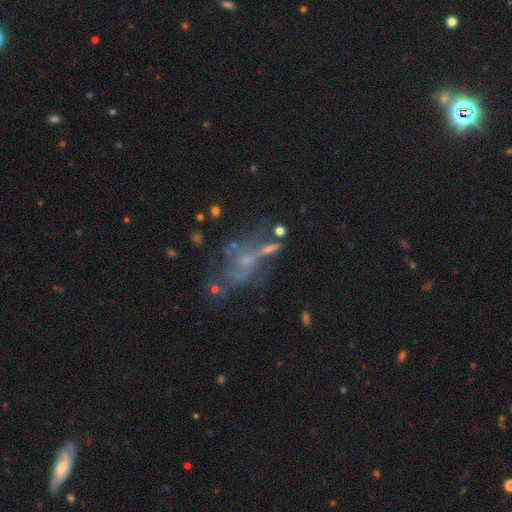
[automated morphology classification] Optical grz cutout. It shows a featured or disk galaxy (62%) with no bar (72%), no spiral arms (59%) and a small central bulge (49%). Merging: none (43%).